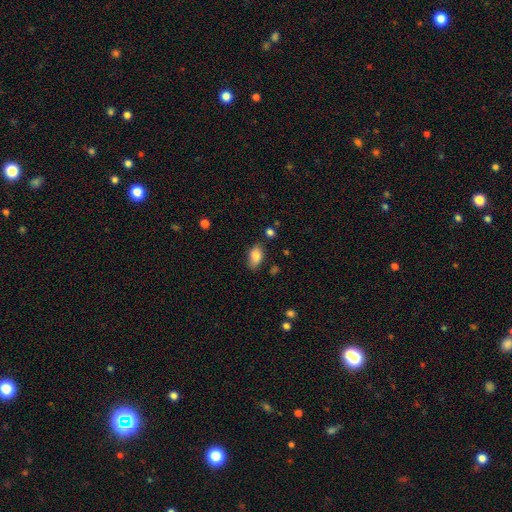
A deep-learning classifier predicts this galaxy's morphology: This is clearly a smooth galaxy (85%). How rounded: clearly in between (91%). Merging: likely none (76%).